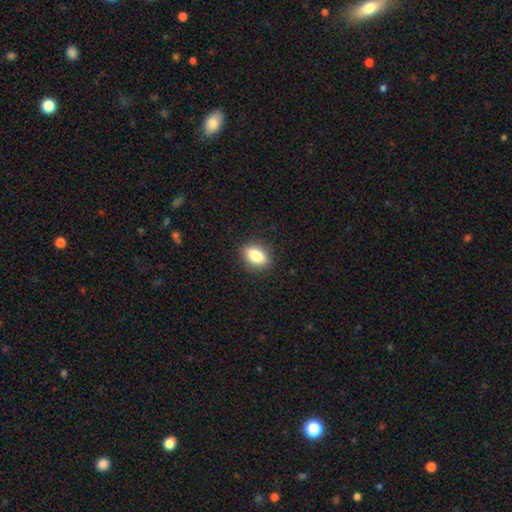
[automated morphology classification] This appears to be a smooth galaxy with no disk features (81%) that is in between round and cigar-shaped (80%). Merging: none (87%).